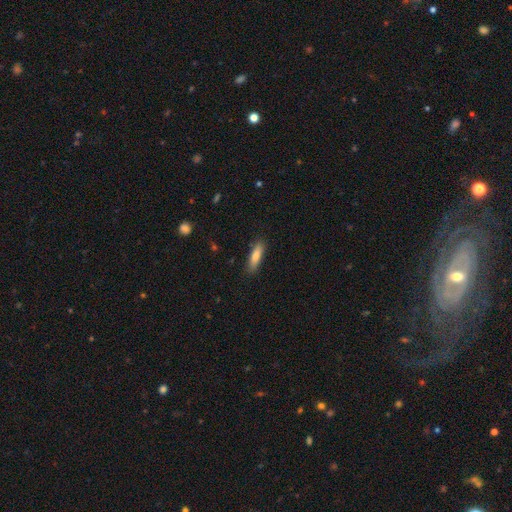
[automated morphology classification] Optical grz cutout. It shows a smooth galaxy with no disk features (78%) that is cigar-shaped (61%). Merging: none (85%).